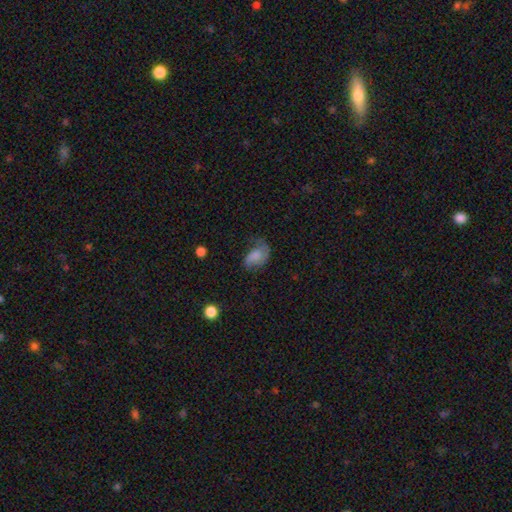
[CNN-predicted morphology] smooth-or-featured: smooth: 60% | featured or disk: 30% | star or artifact: 10%
  how-rounded: in between: 86% | round: 12% | cigar-shaped: 2%
  merging: none: 37% | minor disturbance: 33% | major disturbance: 28% | merger: 2%